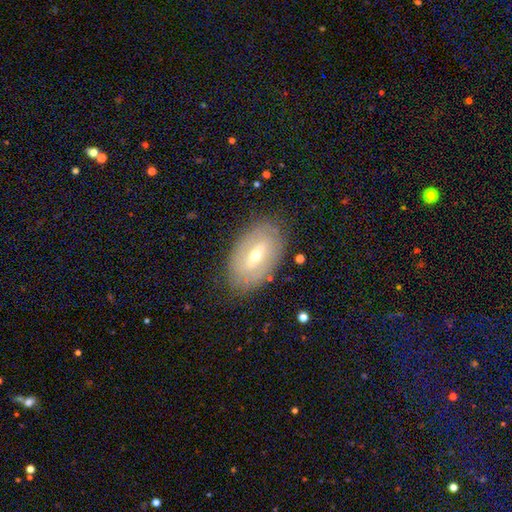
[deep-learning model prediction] Smooth or featured?
  - featured or disk: 61% *
  - smooth: 31%
  - star or artifact: 7%
Edge-on disk?
  - no: 88% *
  - yes: 12%
Bar?
  - weak: 46% *
  - strong: 31%
  - no: 23%
Spiral arms?
  - no: 56% *
  - yes: 44%
Bulge size?
  - small: 51% *
  - moderate: 46%
  - large: 2%
  - dominant: 1%
  - none: 1%
Merging?
  - none: 84% *
  - minor disturbance: 12%
  - major disturbance: 4%
  - merger: 1%